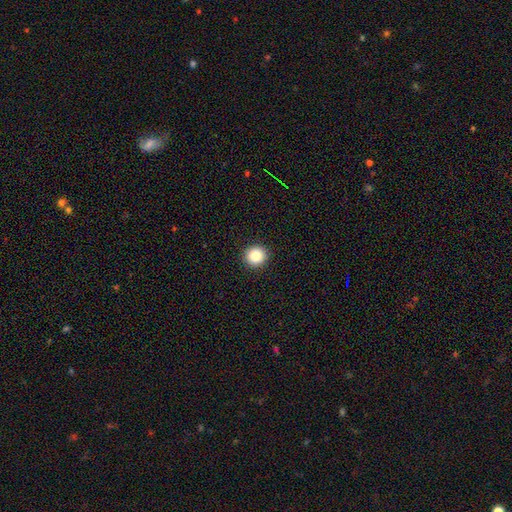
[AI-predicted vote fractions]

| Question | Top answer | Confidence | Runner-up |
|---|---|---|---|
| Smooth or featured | smooth | 86% | star or artifact (10%) |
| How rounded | round | 92% | in between (7%) |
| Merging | none | 93% | minor disturbance (5%) |